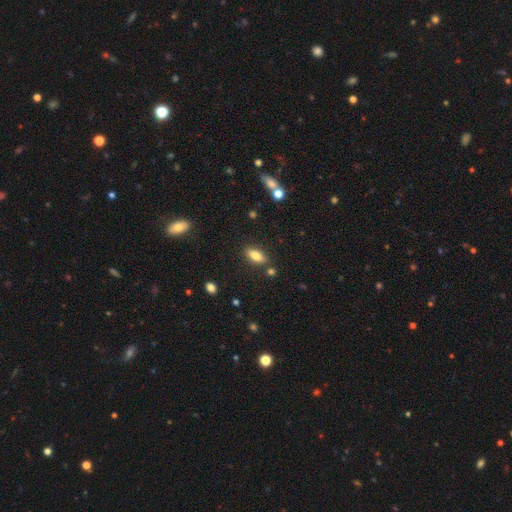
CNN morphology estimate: smooth_or_featured: smooth (p=0.77) [alt: featured or disk p=0.14]
how_rounded: in between (p=0.80) [alt: cigar-shaped p=0.17]
merging: none (p=0.83) [alt: minor disturbance p=0.10]